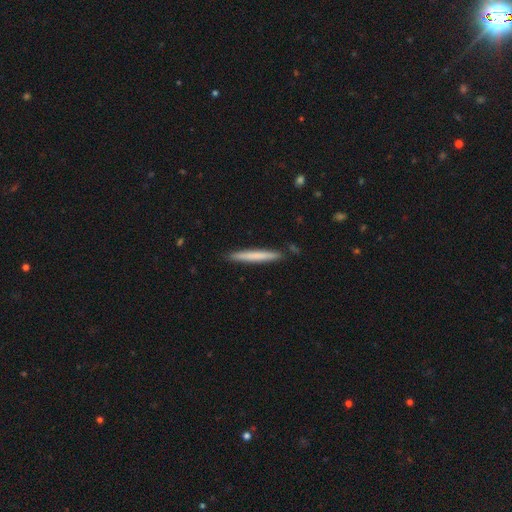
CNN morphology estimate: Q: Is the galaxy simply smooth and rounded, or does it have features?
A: smooth — 68%.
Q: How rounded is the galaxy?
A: cigar-shaped — 97%.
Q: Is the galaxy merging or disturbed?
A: none — 89%.